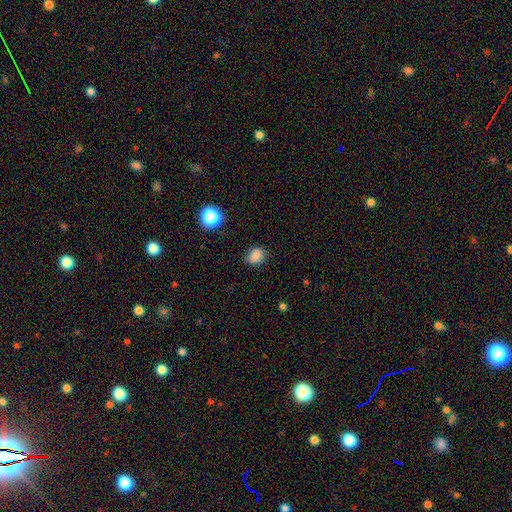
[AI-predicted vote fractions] Smooth or featured?
  - smooth: 84% *
  - star or artifact: 12%
  - featured or disk: 4%
How rounded?
  - round: 55% *
  - in between: 44%
  - cigar-shaped: 1%
Merging?
  - none: 79% *
  - minor disturbance: 16%
  - major disturbance: 3%
  - merger: 1%